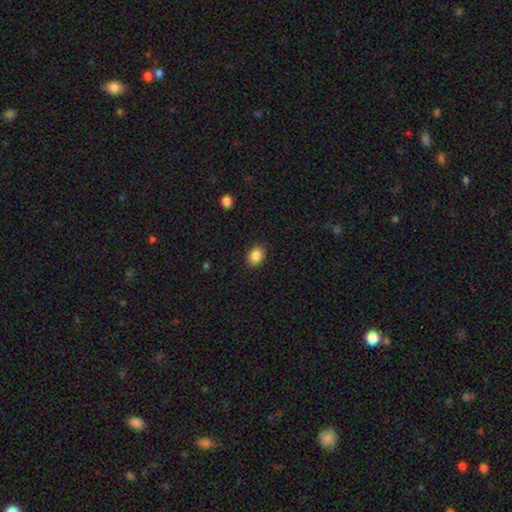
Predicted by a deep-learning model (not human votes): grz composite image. It shows a smooth galaxy with no disk features (87%) that is in between round and cigar-shaped (60%). Merging: none (88%).